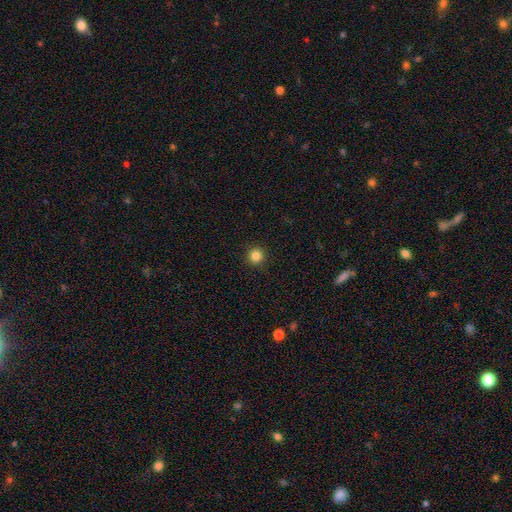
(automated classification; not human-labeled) smooth 85%, star or artifact 12%, featured or disk 4%. Down the decision tree: how rounded — round (94%); merging — none (93%).